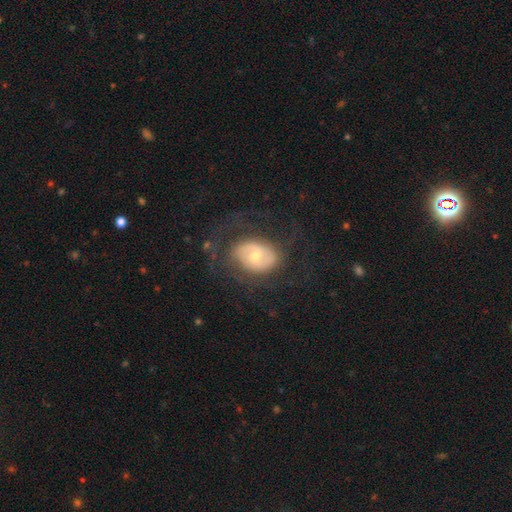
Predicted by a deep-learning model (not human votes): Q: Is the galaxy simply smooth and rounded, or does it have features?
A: featured or disk — 58%.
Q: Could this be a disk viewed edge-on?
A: no — 95%.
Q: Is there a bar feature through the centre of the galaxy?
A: no — 62%.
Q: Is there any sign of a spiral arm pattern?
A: yes — 62%.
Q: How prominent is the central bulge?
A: moderate — 53%.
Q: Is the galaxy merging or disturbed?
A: none — 61%.